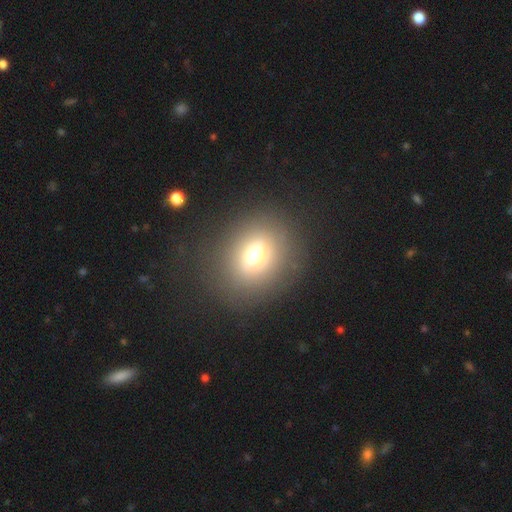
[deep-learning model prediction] Smooth or featured?
  - smooth: 61% *
  - featured or disk: 24%
  - star or artifact: 16%
How rounded?
  - round: 56% *
  - in between: 42%
  - cigar-shaped: 2%
Merging?
  - none: 80% *
  - minor disturbance: 11%
  - major disturbance: 7%
  - merger: 2%